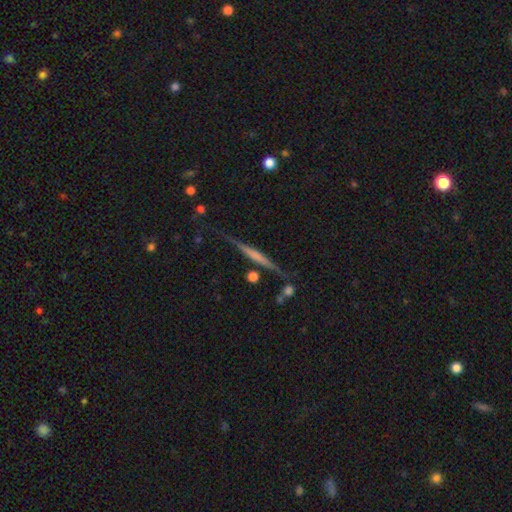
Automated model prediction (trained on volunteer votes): Smooth or featured? Predicted: featured or disk (p=0.65). Edge-on disk? Predicted: yes (p=0.97). Edge-on bulge? Predicted: none (p=0.52). Merging? Predicted: none (p=0.79).